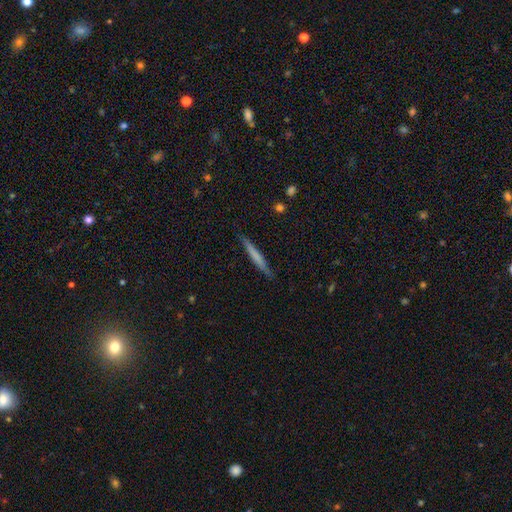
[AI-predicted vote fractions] smooth-or-featured: smooth: 59% | featured or disk: 36% | star or artifact: 6%
  how-rounded: cigar-shaped: 96% | in between: 3% | round: 1%
  merging: none: 88% | minor disturbance: 9% | major disturbance: 2% | merger: 1%